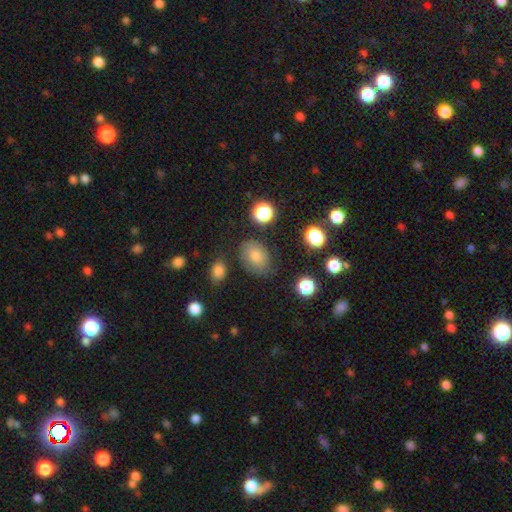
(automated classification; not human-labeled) Smooth or featured? smooth (74%)
How rounded? in between (72%)
Merging? none (72%)